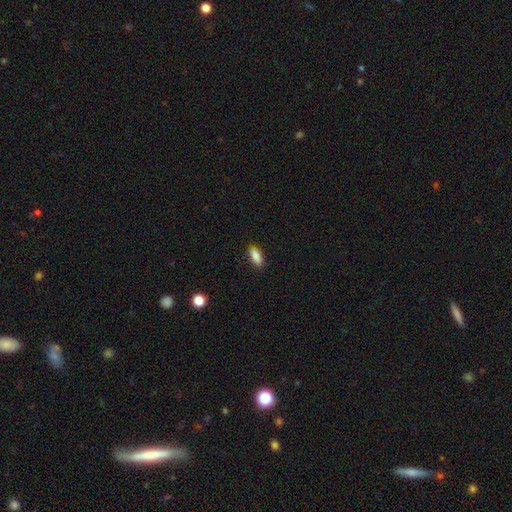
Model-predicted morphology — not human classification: smooth-or-featured: smooth: 87% | star or artifact: 8% | featured or disk: 5%
  how-rounded: in between: 84% | cigar-shaped: 14% | round: 3%
  merging: none: 84% | minor disturbance: 12% | major disturbance: 2% | merger: 1%